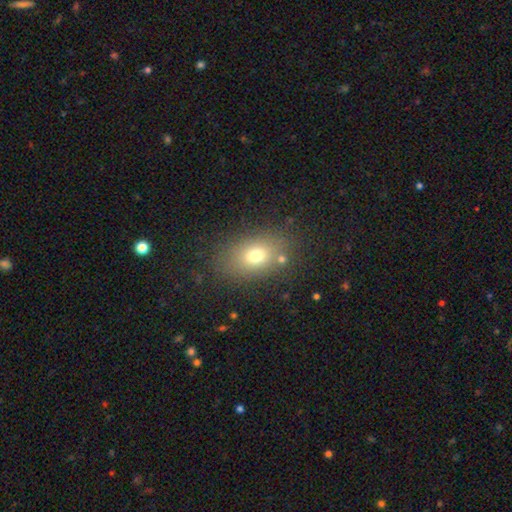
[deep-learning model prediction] Smooth or featured? smooth (72%)
How rounded? in between (74%)
Merging? none (79%)